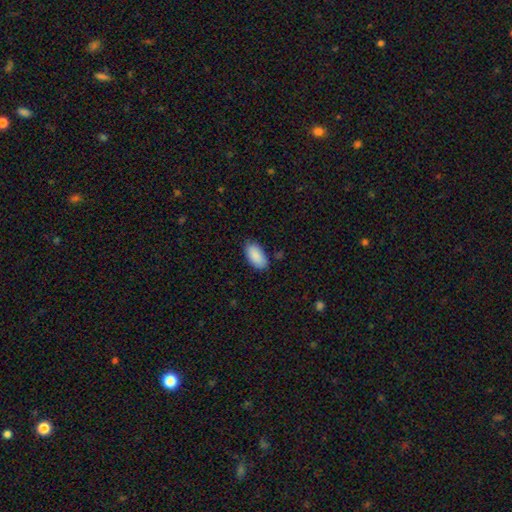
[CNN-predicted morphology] A smooth galaxy with no disk features (90%) that is in between round and cigar-shaped (94%). Merging: none (83%).